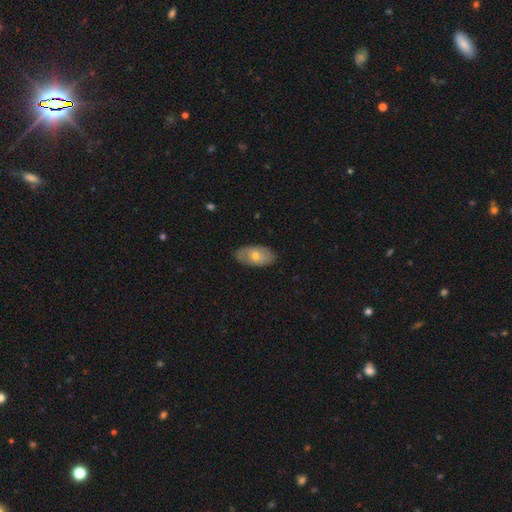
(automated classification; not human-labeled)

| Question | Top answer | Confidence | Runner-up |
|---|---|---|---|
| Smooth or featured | smooth | 56% | featured or disk (38%) |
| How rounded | in between | 92% | round (5%) |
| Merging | none | 83% | minor disturbance (14%) |